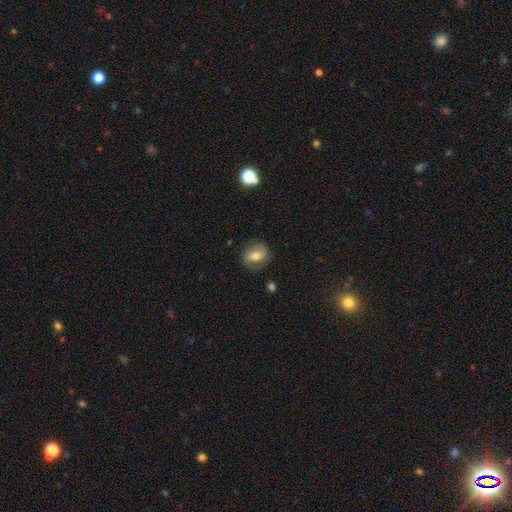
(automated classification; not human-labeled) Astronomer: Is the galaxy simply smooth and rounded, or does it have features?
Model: smooth — 62%.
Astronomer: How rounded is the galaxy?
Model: round — 52% (runner-up: in between, 47%).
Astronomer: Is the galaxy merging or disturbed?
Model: none — 76%.